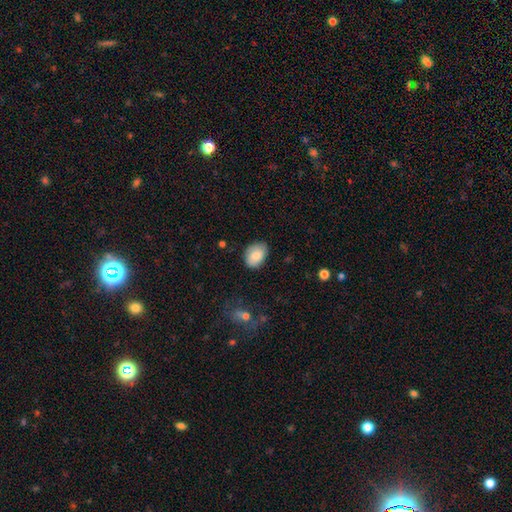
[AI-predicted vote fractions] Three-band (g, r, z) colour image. It shows a smooth galaxy with no disk features (81%) that is in between round and cigar-shaped (78%). Merging: none (77%).